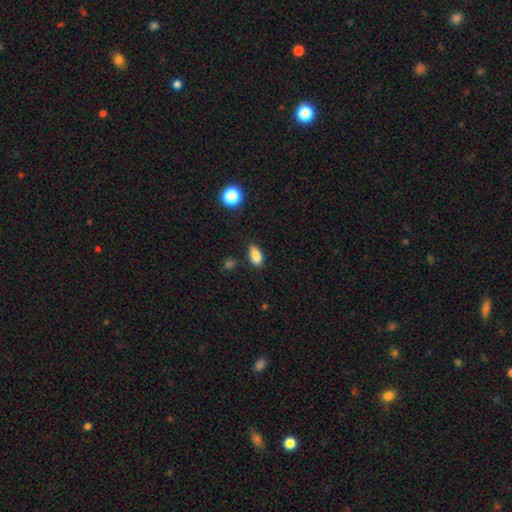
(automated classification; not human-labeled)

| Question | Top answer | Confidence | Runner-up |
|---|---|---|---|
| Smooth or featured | smooth | 84% | star or artifact (10%) |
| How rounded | in between | 85% | cigar-shaped (9%) |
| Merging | none | 66% | minor disturbance (25%) |